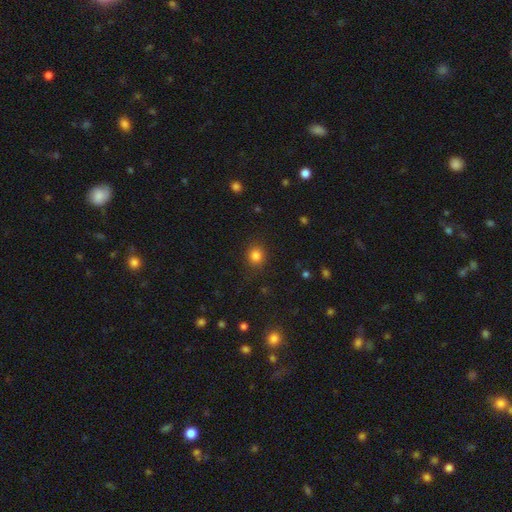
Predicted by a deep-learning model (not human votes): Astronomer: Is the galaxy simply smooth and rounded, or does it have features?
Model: smooth — 82%.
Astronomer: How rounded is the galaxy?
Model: round — 82%.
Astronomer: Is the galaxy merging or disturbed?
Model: none — 87%.